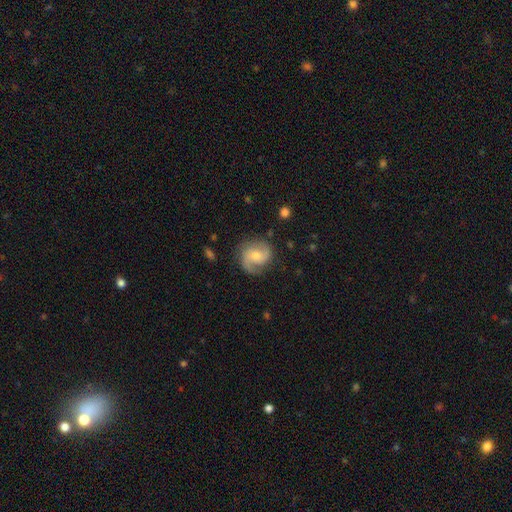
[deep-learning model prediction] Smooth or featured?
  - featured or disk: 78% *
  - smooth: 16%
  - star or artifact: 6%
Edge-on disk?
  - no: 98% *
  - yes: 2%
Bar?
  - no: 54% *
  - weak: 39%
  - strong: 7%
Spiral arms?
  - yes: 96% *
  - no: 4%
Spiral winding?
  - medium: 50% *
  - loose: 28%
  - tight: 22%
Spiral arm count?
  - 2: 83% *
  - 1: 7%
  - can't tell: 5%
  - 3: 3%
  - 4: 1%
  - more than 4: 1%
Bulge size?
  - moderate: 50% *
  - small: 41%
  - none: 4%
  - large: 4%
  - dominant: 1%
Merging?
  - none: 76% *
  - minor disturbance: 16%
  - major disturbance: 7%
  - merger: 1%